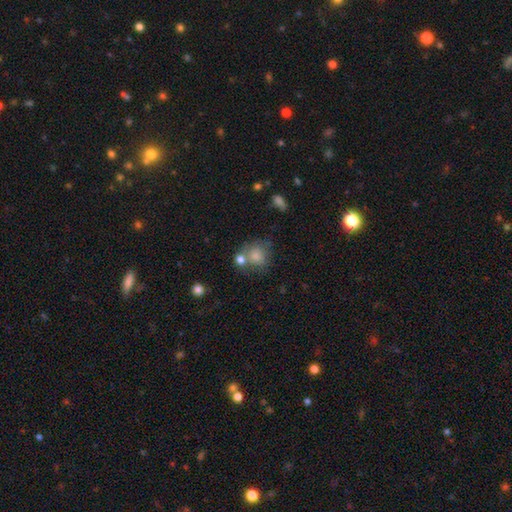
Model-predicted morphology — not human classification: smooth 79%, featured or disk 11%, star or artifact 10%. Down the decision tree: how rounded — round (79%); merging — none (49%).